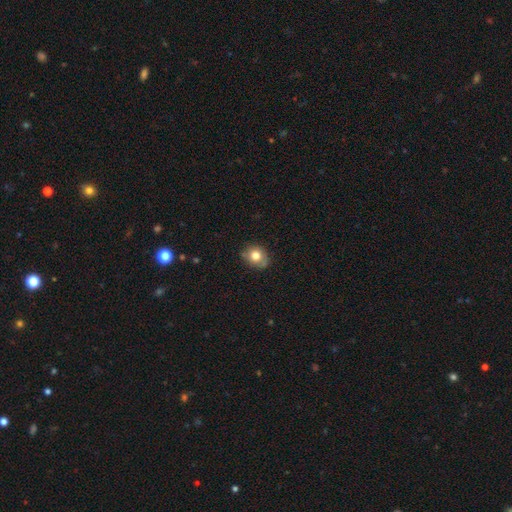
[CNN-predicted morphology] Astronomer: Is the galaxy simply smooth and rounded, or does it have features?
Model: smooth — 77%.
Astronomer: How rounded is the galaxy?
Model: round — 62% (runner-up: in between, 37%).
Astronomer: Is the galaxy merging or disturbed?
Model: none — 74%.